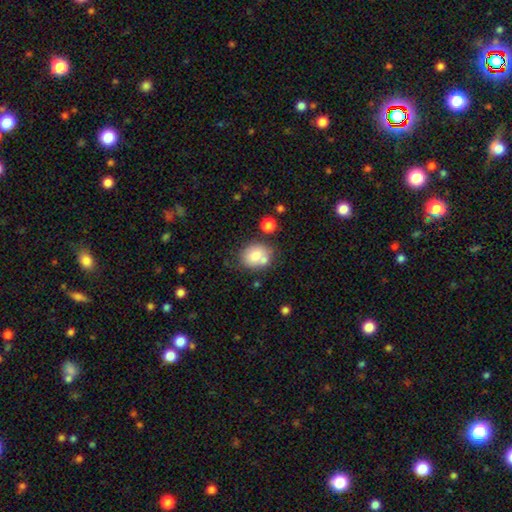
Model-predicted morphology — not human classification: This is likely a smooth galaxy (75%). How rounded: likely round (62%). Merging: likely none (61%).